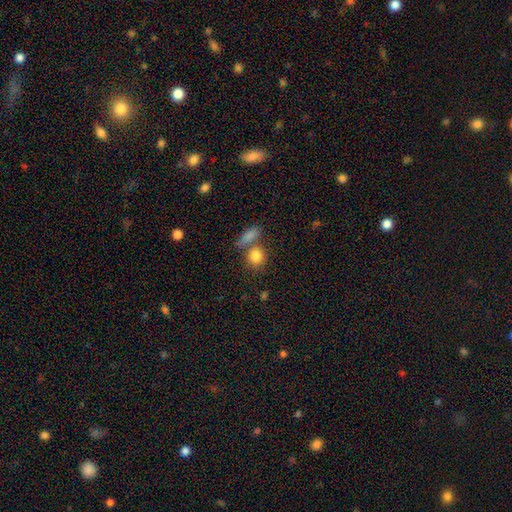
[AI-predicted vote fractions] Smooth or featured? smooth (84%)
How rounded? round (70%)
Merging? none (58%)